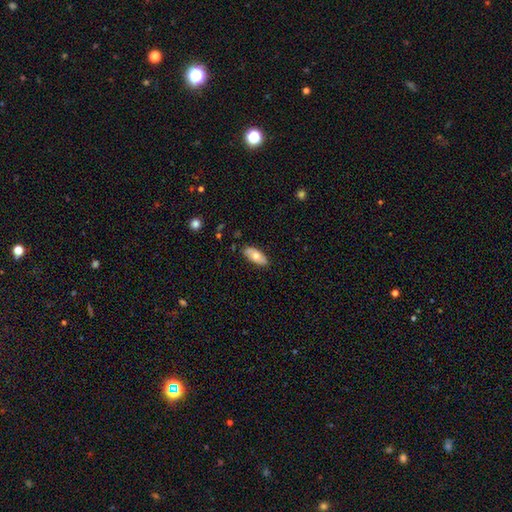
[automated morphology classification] Smooth or featured?
  - smooth: 66% *
  - featured or disk: 28%
  - star or artifact: 6%
How rounded?
  - in between: 88% *
  - cigar-shaped: 10%
  - round: 2%
Merging?
  - none: 81% *
  - minor disturbance: 15%
  - major disturbance: 2%
  - merger: 1%